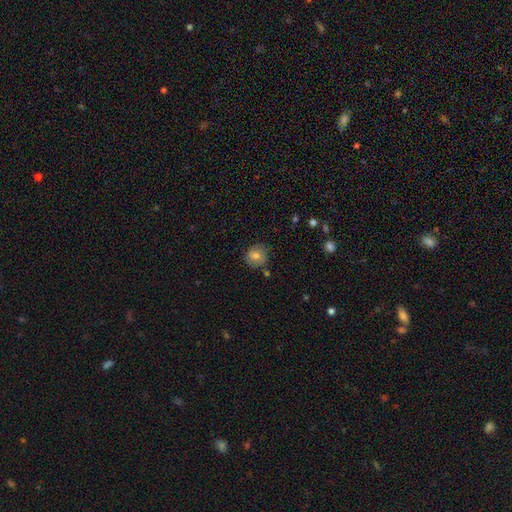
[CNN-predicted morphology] A smooth galaxy with no disk features (71%) that is round (87%). Merging: none (80%).